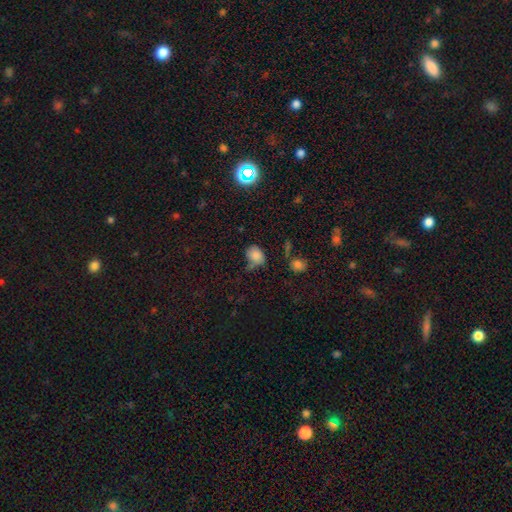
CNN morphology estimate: Smooth or featured? Predicted: smooth (p=0.78). How rounded? Predicted: in between (p=0.57). Merging? Predicted: none (p=0.50).